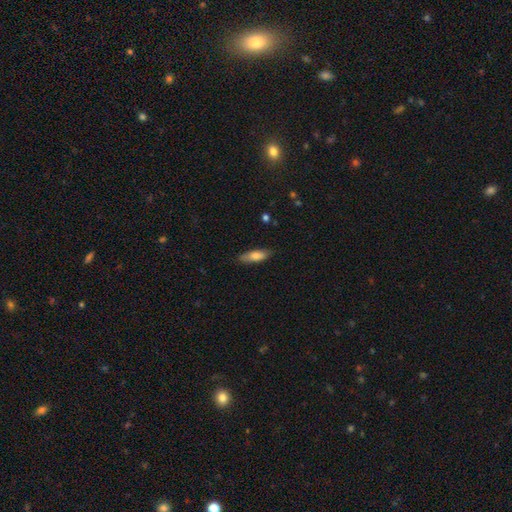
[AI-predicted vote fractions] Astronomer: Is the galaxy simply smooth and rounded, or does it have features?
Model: smooth — 78%.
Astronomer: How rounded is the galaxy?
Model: in between — 53% (runner-up: cigar-shaped, 45%).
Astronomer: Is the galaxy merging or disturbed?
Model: none — 82%.